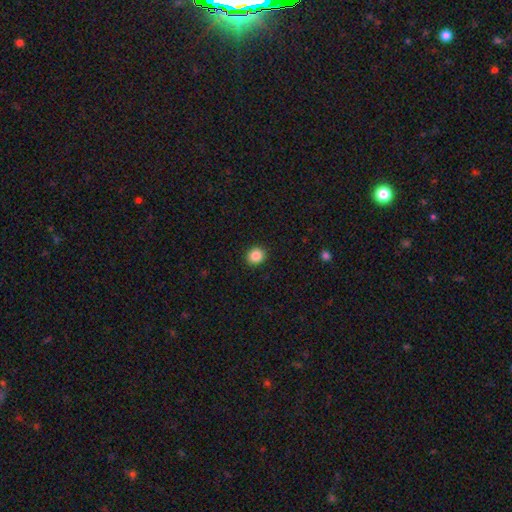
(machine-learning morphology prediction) smooth 86%, star or artifact 10%, featured or disk 4%. Down the decision tree: how rounded — round (82%); merging — none (92%).